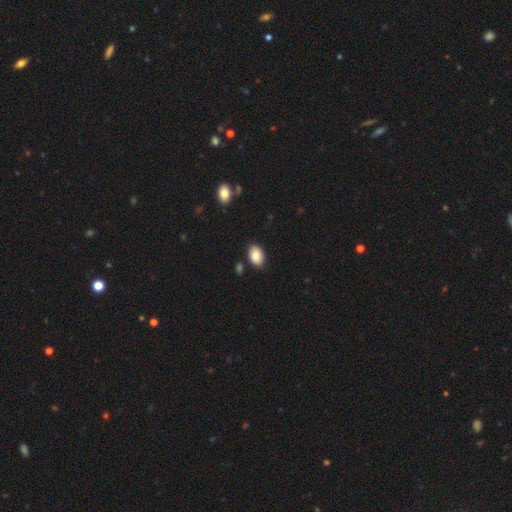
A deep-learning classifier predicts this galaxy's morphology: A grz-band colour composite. It shows a smooth galaxy with no disk features (88%) that is in between round and cigar-shaped (89%). Merging: none (82%).